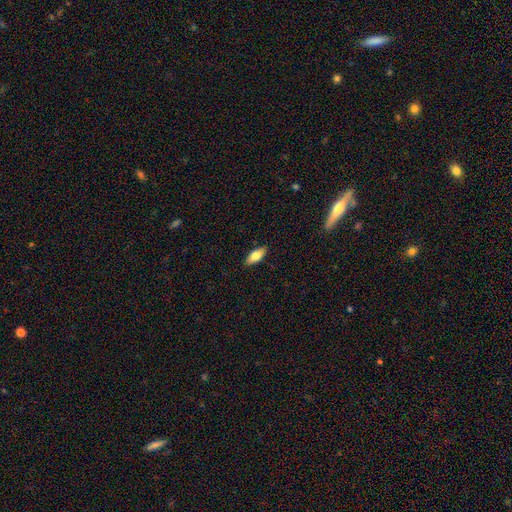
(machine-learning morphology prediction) A smooth galaxy with no disk features (75%) that is in between round and cigar-shaped (83%). Merging: none (88%).